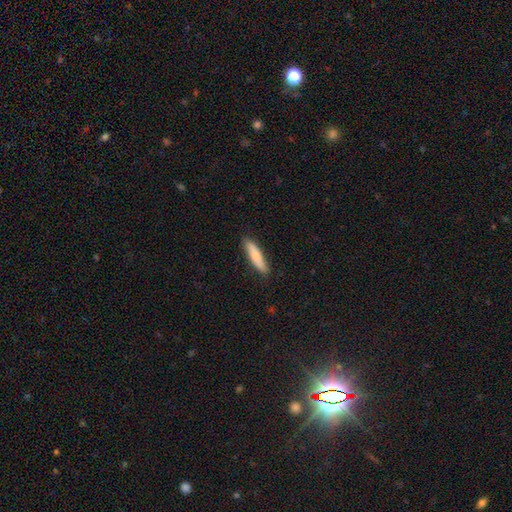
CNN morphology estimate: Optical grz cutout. It shows a smooth galaxy with no disk features (74%) that is cigar-shaped (80%). Merging: none (88%).